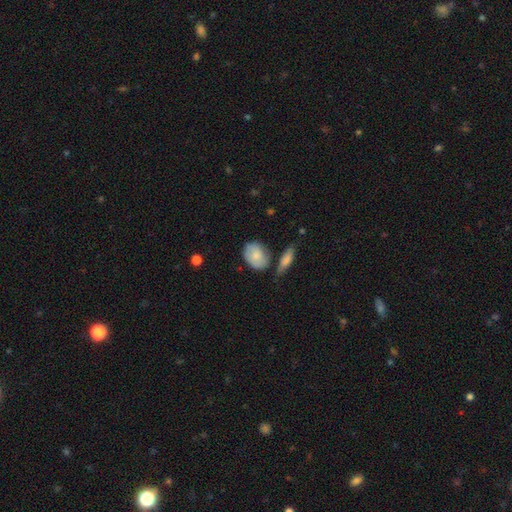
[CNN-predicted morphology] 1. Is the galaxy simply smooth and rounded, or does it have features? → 75% smooth, 19% featured or disk, 6% star or artifact.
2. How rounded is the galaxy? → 72% in between, 26% round, 2% cigar-shaped.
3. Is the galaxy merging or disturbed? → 56% none, 25% minor disturbance, 12% merger, 7% major disturbance.